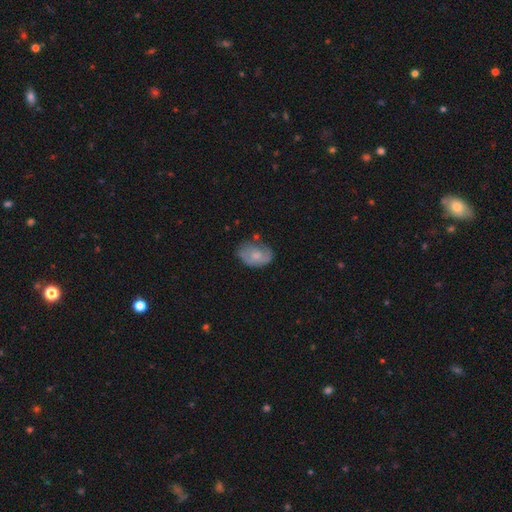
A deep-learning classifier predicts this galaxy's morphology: This is possibly a smooth galaxy (56%). How rounded: clearly in between (80%). Merging: possibly none (54%).